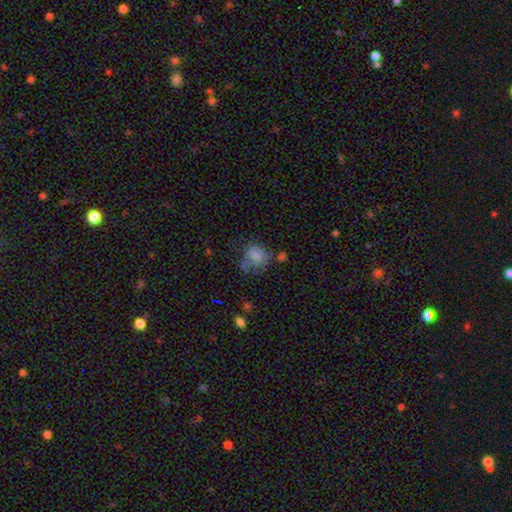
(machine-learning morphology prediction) Q: Smooth or featured?
A: smooth (68%); runner-up: featured or disk (21%)
Q: How rounded?
A: round (58%); runner-up: in between (41%)
Q: Merging?
A: none (34%); runner-up: major disturbance (31%)